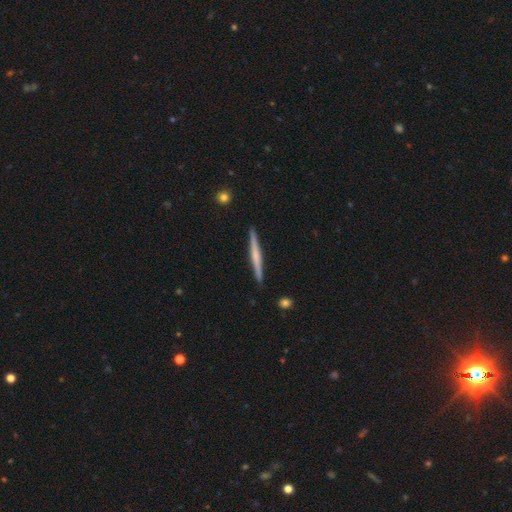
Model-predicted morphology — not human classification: smooth-or-featured: featured or disk: 57% | smooth: 38% | star or artifact: 5%
  disk-edge-on: yes: 98% | no: 2%
    edge-on-bulge: none: 52% | rounded: 36% | boxy: 12%
  merging: none: 92% | minor disturbance: 6% | major disturbance: 1% | merger: 1%